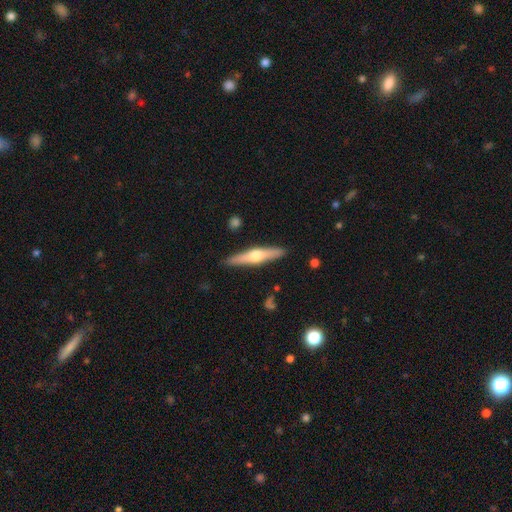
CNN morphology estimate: Smooth or featured? featured or disk (63%)
Edge-on disk? yes (96%)
Edge-on bulge? rounded (94%)
Merging? none (90%)